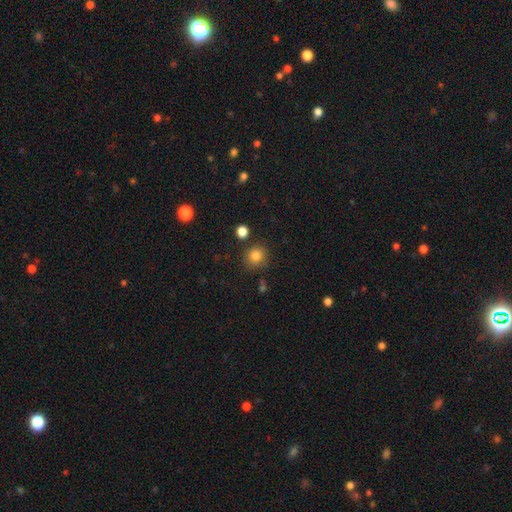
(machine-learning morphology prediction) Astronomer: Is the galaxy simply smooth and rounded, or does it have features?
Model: smooth — 83%.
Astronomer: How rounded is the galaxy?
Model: round — 86%.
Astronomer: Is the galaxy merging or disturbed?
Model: none — 83%.